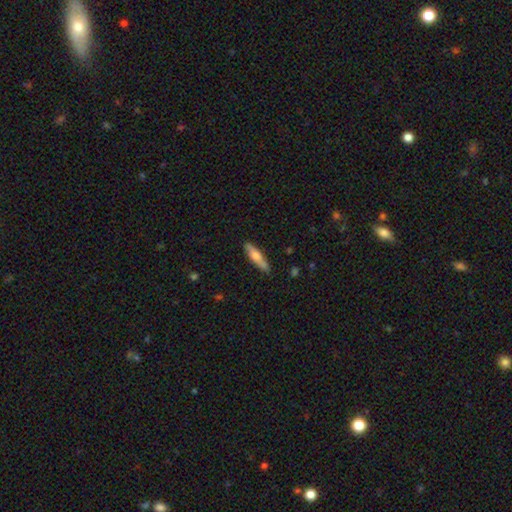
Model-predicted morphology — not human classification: smooth_or_featured: smooth (p=0.61) [alt: featured or disk p=0.34]
how_rounded: cigar-shaped (p=0.78) [alt: in between p=0.21]
merging: none (p=0.85) [alt: minor disturbance p=0.12]